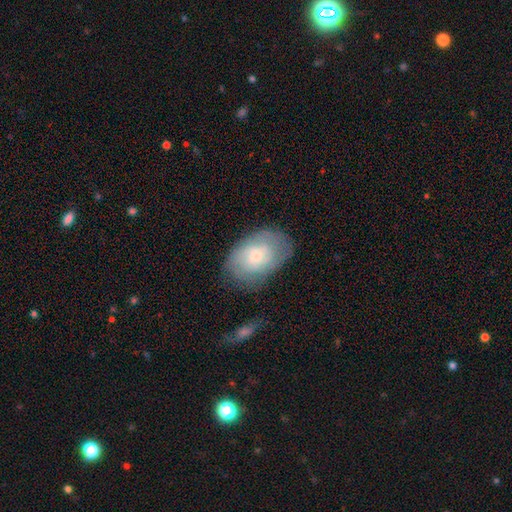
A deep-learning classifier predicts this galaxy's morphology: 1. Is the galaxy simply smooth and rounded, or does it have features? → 48% smooth, 44% featured or disk, 8% star or artifact.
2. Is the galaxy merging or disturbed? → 70% none, 21% minor disturbance, 7% major disturbance, 2% merger.